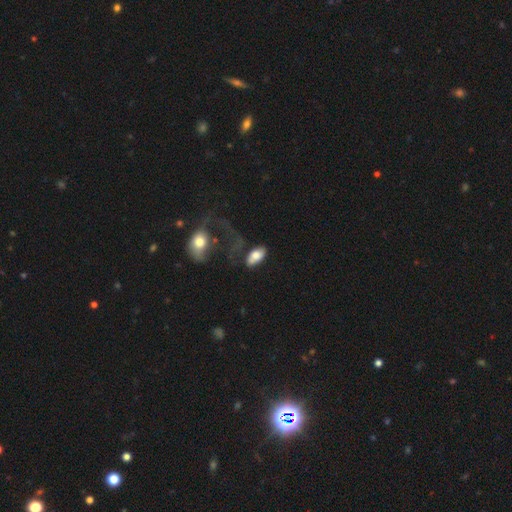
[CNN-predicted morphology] A smooth galaxy with no disk features (74%) that is in between round and cigar-shaped (92%).

Vote fractions:
- Smooth or featured? smooth: 74% / featured or disk: 19% / star or artifact: 7%
- How rounded? in between: 92% / round: 5% / cigar-shaped: 3%
- Merging? none: 48% / minor disturbance: 22% / major disturbance: 18% / merger: 12%